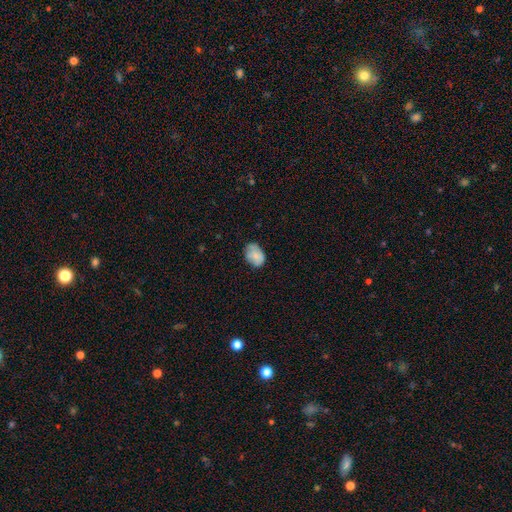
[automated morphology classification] smooth-or-featured: smooth: 75% | featured or disk: 17% | star or artifact: 8%
  how-rounded: in between: 80% | round: 19% | cigar-shaped: 1%
  merging: none: 63% | minor disturbance: 28% | major disturbance: 7% | merger: 2%